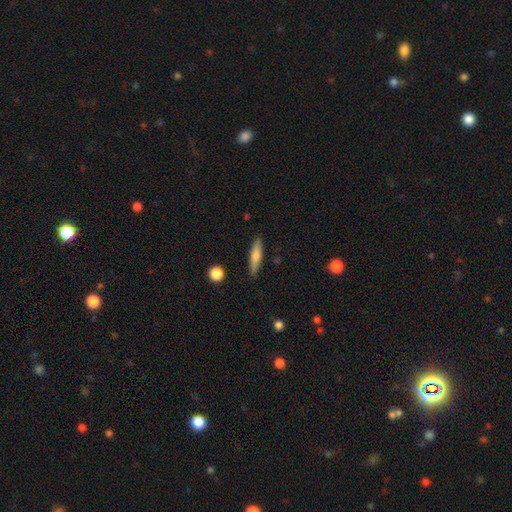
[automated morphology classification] Smooth or featured: smooth — 72% (featured or disk — 22%)
How rounded: cigar-shaped — 79% (in between — 19%)
Merging: none — 86% (minor disturbance — 10%)